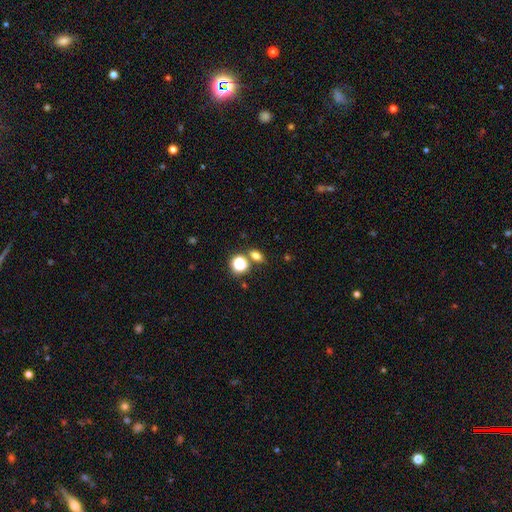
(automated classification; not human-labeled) A smooth galaxy with no disk features (71%) that is in between round and cigar-shaped (66%).

Vote fractions:
- Smooth or featured? smooth: 71% / star or artifact: 21% / featured or disk: 8%
- How rounded? in between: 66% / round: 31% / cigar-shaped: 3%
- Merging? none: 73% / merger: 13% / minor disturbance: 10% / major disturbance: 3%